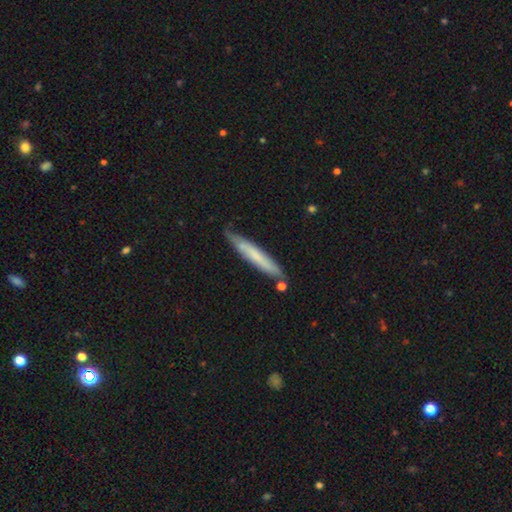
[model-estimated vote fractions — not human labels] A smooth galaxy with no disk features (59%) that is cigar-shaped (94%).

Vote fractions:
- Smooth or featured? smooth: 59% / featured or disk: 35% / star or artifact: 6%
- How rounded? cigar-shaped: 94% / in between: 5% / round: 1%
- Merging? none: 74% / minor disturbance: 19% / merger: 4% / major disturbance: 3%